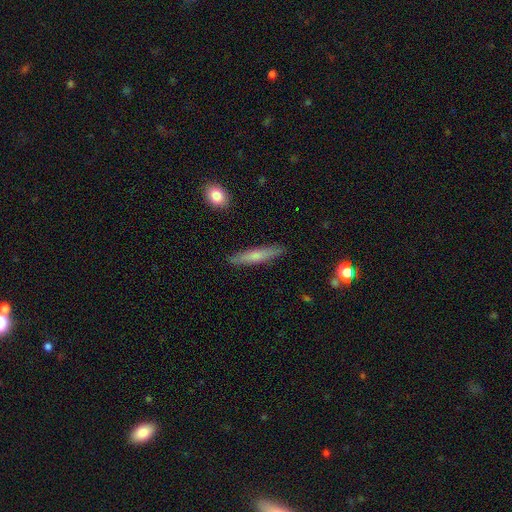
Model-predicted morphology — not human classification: type=smooth (65%); roundness=cigar-shaped (90%); merging=none (89%).